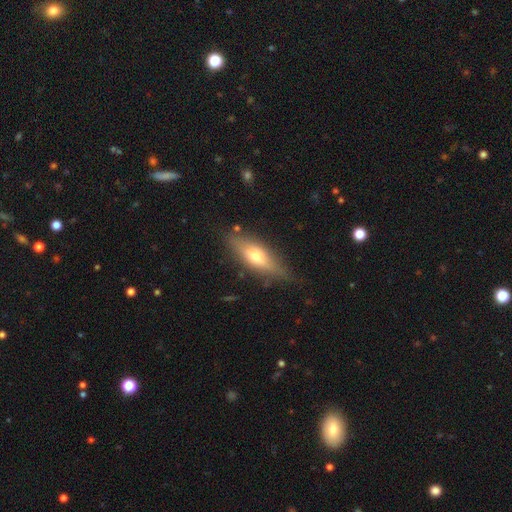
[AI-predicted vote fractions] Overall: featured or disk (47%; smooth 46%). Merging: none (79%).